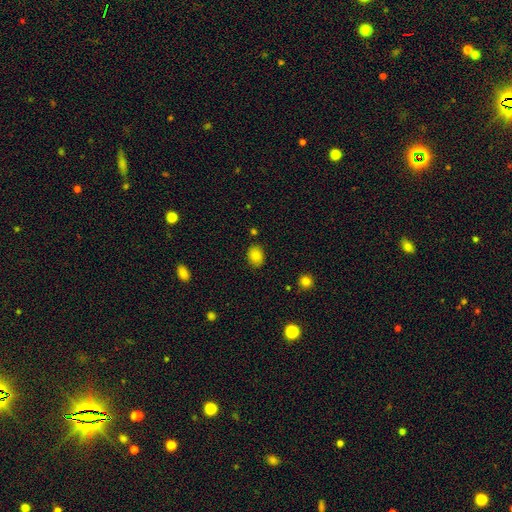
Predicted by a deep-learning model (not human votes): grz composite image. It shows a smooth galaxy with no disk features (84%) that is in between round and cigar-shaped (60%). Merging: none (84%).